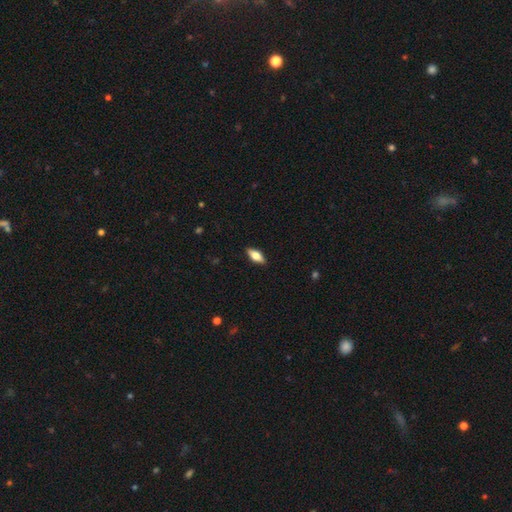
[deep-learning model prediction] Q: Smooth or featured?
A: smooth (61%); runner-up: featured or disk (32%)
Q: How rounded?
A: in between (75%); runner-up: cigar-shaped (22%)
Q: Merging?
A: none (88%); runner-up: minor disturbance (9%)